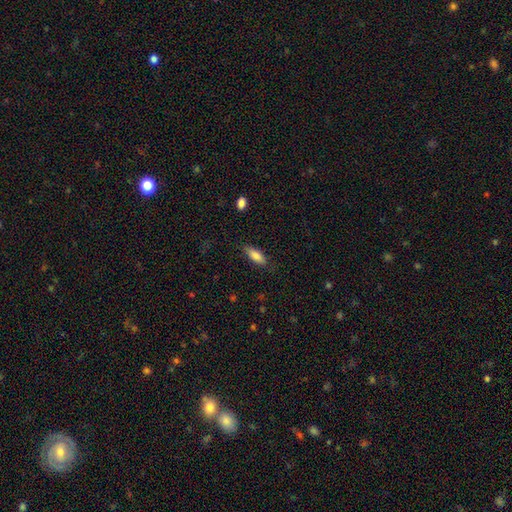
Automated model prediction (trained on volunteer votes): smooth_or_featured: smooth (p=0.83) [alt: featured or disk p=0.10]
how_rounded: in between (p=0.68) [alt: cigar-shaped p=0.30]
merging: none (p=0.81) [alt: minor disturbance p=0.14]